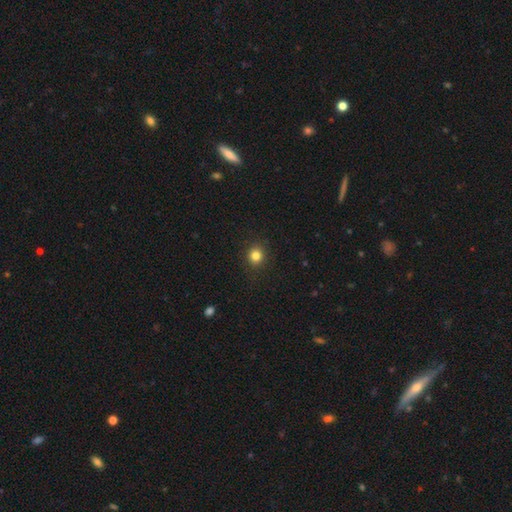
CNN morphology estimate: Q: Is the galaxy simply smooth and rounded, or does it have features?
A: smooth — 83%.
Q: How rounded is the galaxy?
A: round — 86%.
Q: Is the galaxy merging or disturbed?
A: none — 90%.